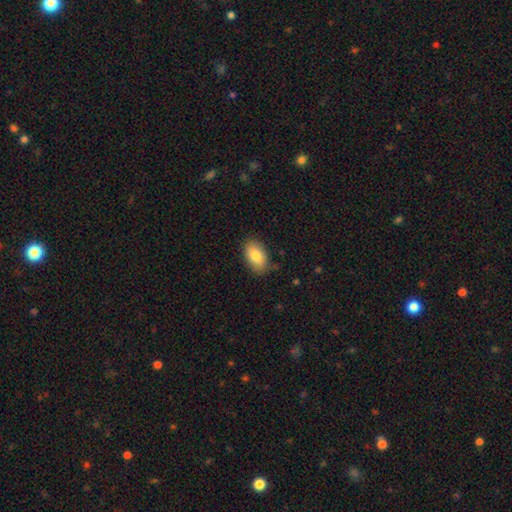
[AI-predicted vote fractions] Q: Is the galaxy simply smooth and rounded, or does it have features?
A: smooth — 82%.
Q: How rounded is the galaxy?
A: in between — 92%.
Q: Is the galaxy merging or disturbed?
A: none — 83%.